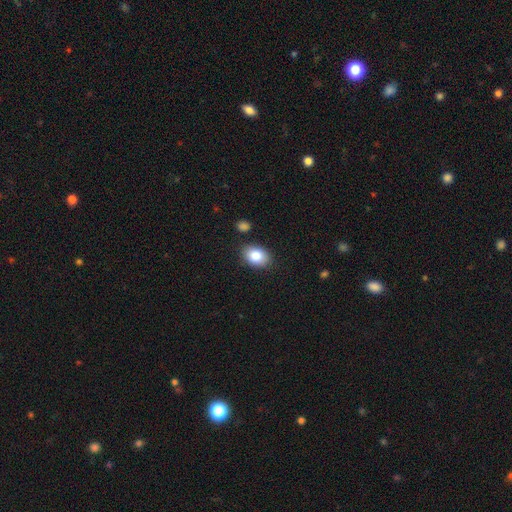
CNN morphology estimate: The model was most divided on "how rounded": in between: 79%, round: 20%, cigar-shaped: 1%. More confident: smooth or featured — smooth (85%); merging — none (83%).